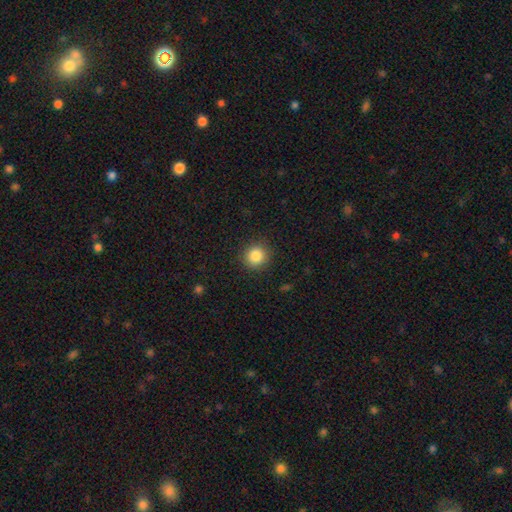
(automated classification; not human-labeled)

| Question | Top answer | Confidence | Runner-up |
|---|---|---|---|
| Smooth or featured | smooth | 85% | star or artifact (10%) |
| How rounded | round | 92% | in between (7%) |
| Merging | none | 90% | minor disturbance (6%) |